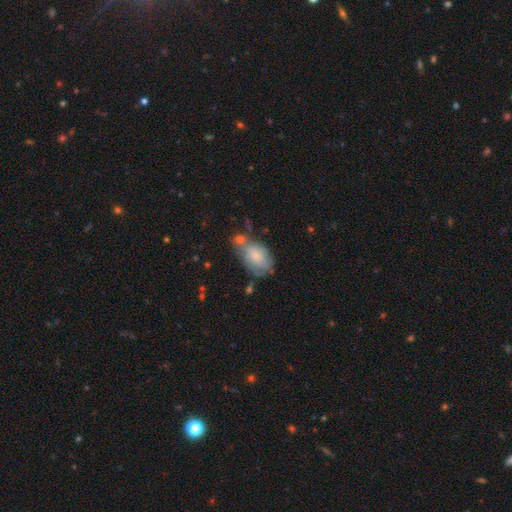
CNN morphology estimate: The model was most divided on "merging": none: 39%, minor disturbance: 28%, merger: 22%, major disturbance: 12%. More confident: how rounded — in between (89%); smooth or featured — smooth (69%).